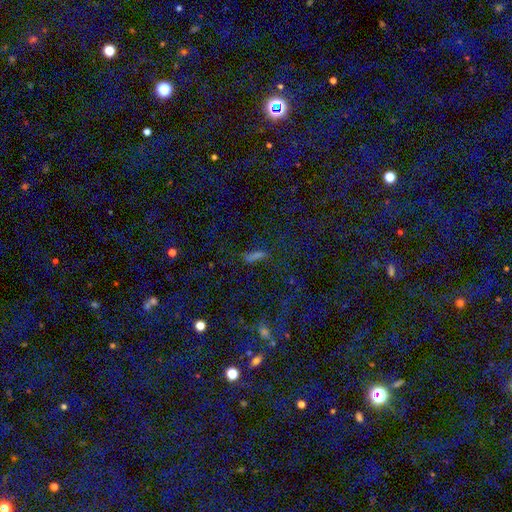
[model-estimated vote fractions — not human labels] Q: Smooth or featured?
A: star or artifact (45%); runner-up: smooth (39%)